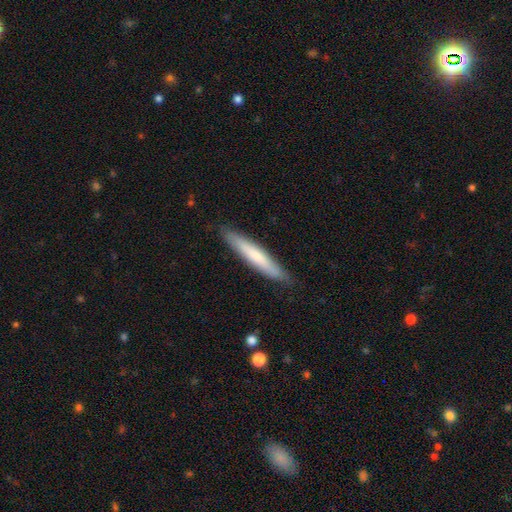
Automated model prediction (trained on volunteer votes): Q: Smooth or featured?
A: smooth (67%); runner-up: featured or disk (28%)
Q: How rounded?
A: cigar-shaped (93%); runner-up: in between (6%)
Q: Merging?
A: none (87%); runner-up: minor disturbance (10%)